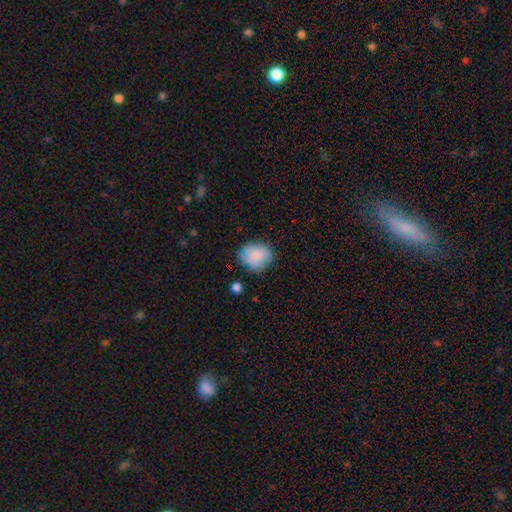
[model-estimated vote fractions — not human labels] A smooth galaxy with no disk features (82%) that is round (62%).

Vote fractions:
- Smooth or featured? smooth: 82% / featured or disk: 9% / star or artifact: 9%
- How rounded? round: 62% / in between: 37% / cigar-shaped: 1%
- Merging? none: 70% / minor disturbance: 21% / major disturbance: 6% / merger: 3%